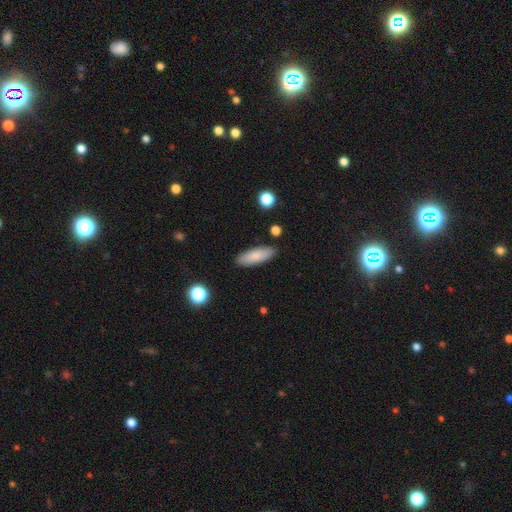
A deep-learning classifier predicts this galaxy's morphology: Overall: smooth (82%). How rounded: in between (56%; cigar-shaped 42%). Merging: none (88%).